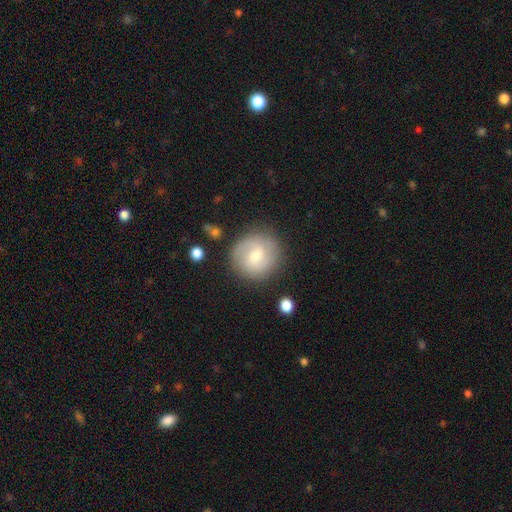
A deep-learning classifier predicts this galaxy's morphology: Smooth or featured?
  - featured or disk: 50% *
  - smooth: 42%
  - star or artifact: 8%
Merging?
  - none: 83% *
  - minor disturbance: 11%
  - major disturbance: 4%
  - merger: 2%